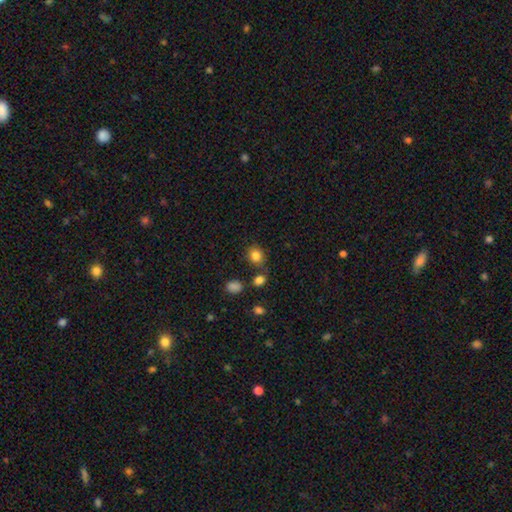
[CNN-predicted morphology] smooth-or-featured: smooth: 83% | star or artifact: 11% | featured or disk: 6%
  how-rounded: round: 70% | in between: 29% | cigar-shaped: 1%
  merging: none: 73% | minor disturbance: 13% | merger: 9% | major disturbance: 4%